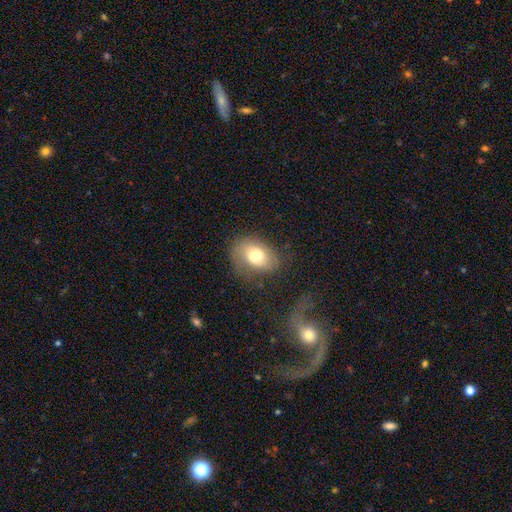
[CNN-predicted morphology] smooth_or_featured: smooth (p=0.63) [alt: featured or disk p=0.28]
how_rounded: in between (p=0.74) [alt: round p=0.25]
merging: none (p=0.59) [alt: minor disturbance p=0.24]